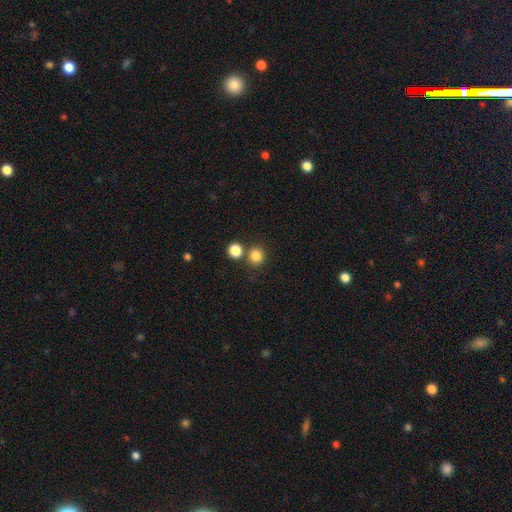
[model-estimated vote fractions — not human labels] A smooth galaxy with no disk features (83%) that is round (88%). Merging: none (74%).